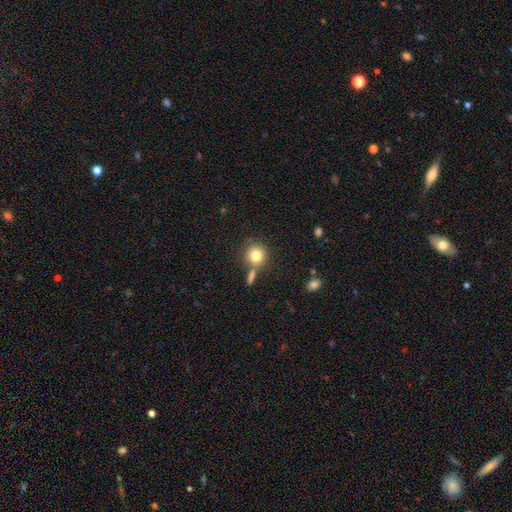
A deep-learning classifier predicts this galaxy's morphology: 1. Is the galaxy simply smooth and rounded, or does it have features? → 80% smooth, 11% star or artifact, 10% featured or disk.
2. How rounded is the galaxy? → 91% round, 8% in between, 1% cigar-shaped.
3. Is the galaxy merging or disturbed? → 71% none, 16% merger, 10% minor disturbance, 4% major disturbance.